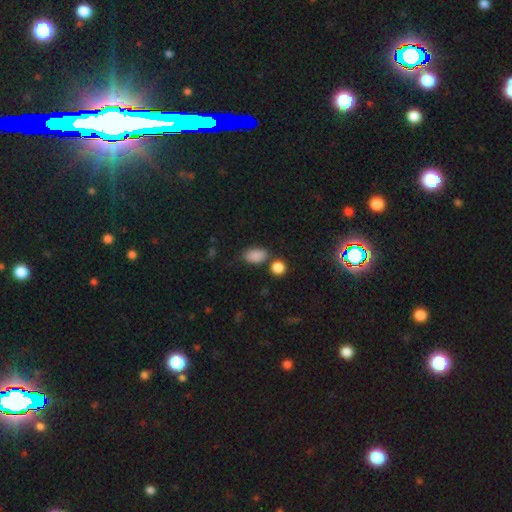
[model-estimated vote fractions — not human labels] Q: Smooth or featured?
A: smooth (86%); runner-up: star or artifact (10%)
Q: How rounded?
A: in between (88%); runner-up: round (10%)
Q: Merging?
A: none (66%); runner-up: minor disturbance (16%)